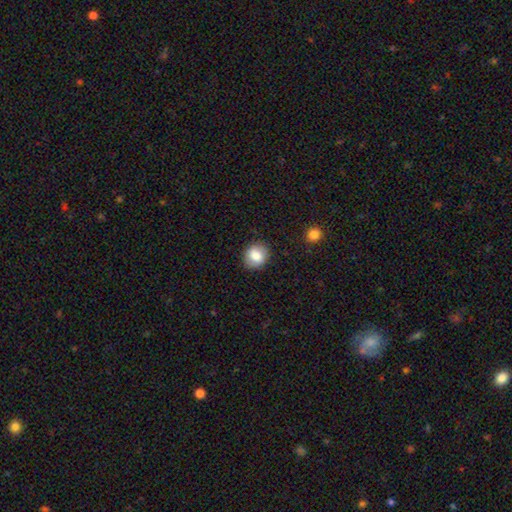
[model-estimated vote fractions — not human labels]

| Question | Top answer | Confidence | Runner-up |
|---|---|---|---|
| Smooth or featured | smooth | 79% | featured or disk (13%) |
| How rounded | round | 68% | in between (31%) |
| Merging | none | 85% | minor disturbance (11%) |